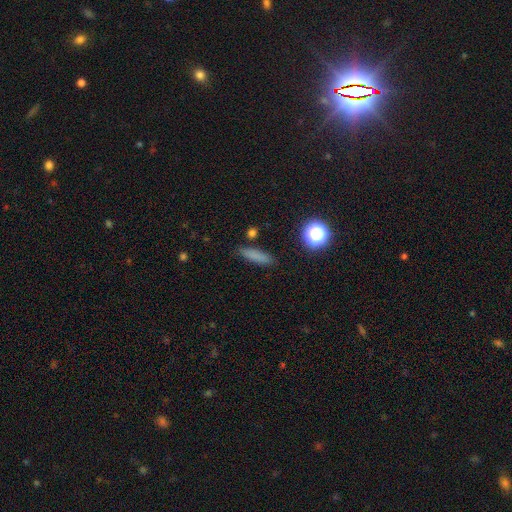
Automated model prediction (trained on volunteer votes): smooth-or-featured: smooth: 78% | star or artifact: 13% | featured or disk: 9%
  how-rounded: cigar-shaped: 75% | in between: 21% | round: 5%
  merging: none: 84% | minor disturbance: 10% | merger: 3% | major disturbance: 3%